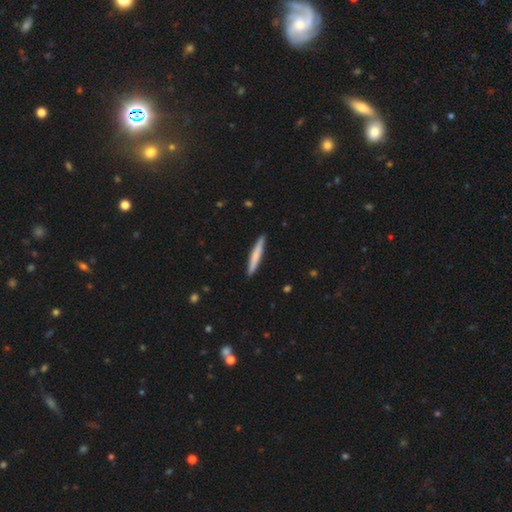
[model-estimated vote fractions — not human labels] smooth_or_featured: smooth (p=0.68) [alt: featured or disk p=0.27]
how_rounded: cigar-shaped (p=0.96) [alt: in between p=0.03]
merging: none (p=0.90) [alt: minor disturbance p=0.07]